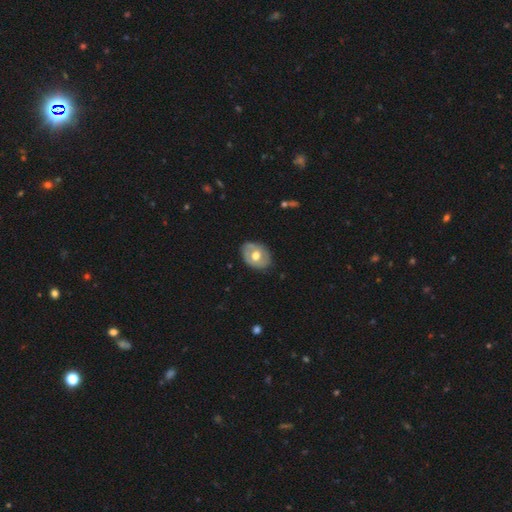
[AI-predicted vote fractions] smooth_or_featured: featured or disk (p=0.48) [alt: smooth p=0.46]
merging: none (p=0.77) [alt: minor disturbance p=0.18]